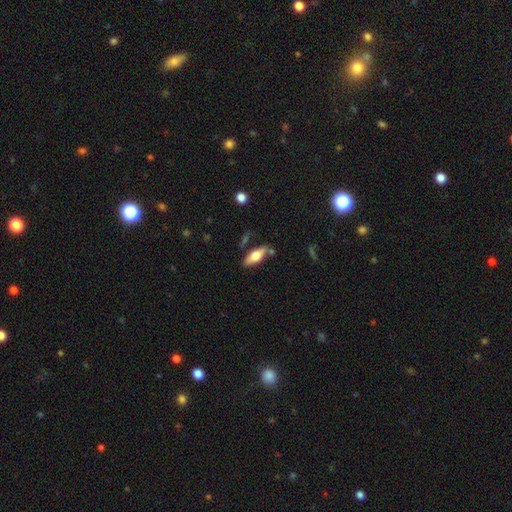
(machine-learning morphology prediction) Smooth or featured? Predicted: smooth (p=0.56). How rounded? Predicted: in between (p=0.66). Merging? Predicted: none (p=0.75).